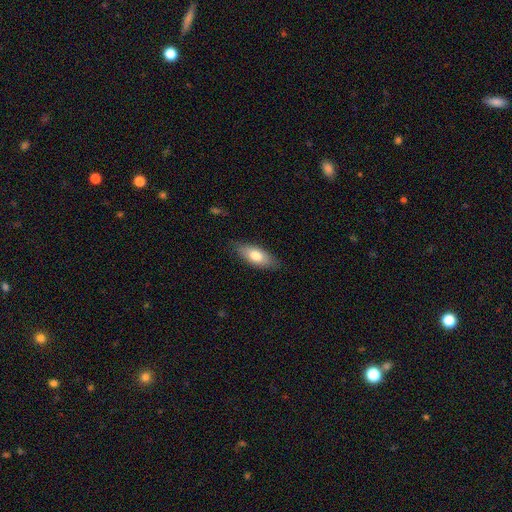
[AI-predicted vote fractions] Smooth or featured?
  - smooth: 73% *
  - featured or disk: 21%
  - star or artifact: 6%
How rounded?
  - in between: 76% *
  - cigar-shaped: 21%
  - round: 3%
Merging?
  - none: 81% *
  - minor disturbance: 15%
  - major disturbance: 3%
  - merger: 1%